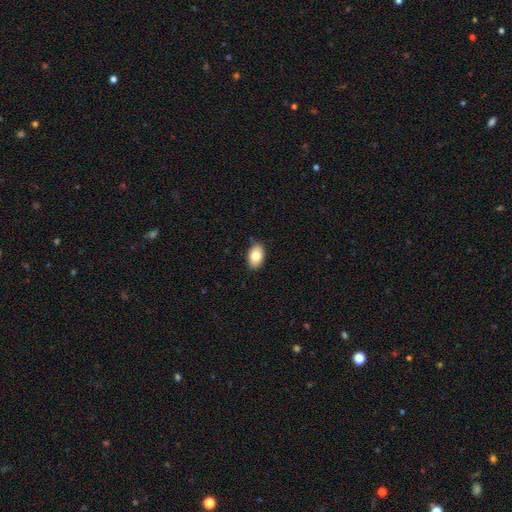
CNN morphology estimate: This is clearly a smooth galaxy (83%). How rounded: clearly in between (91%). Merging: clearly none (87%).